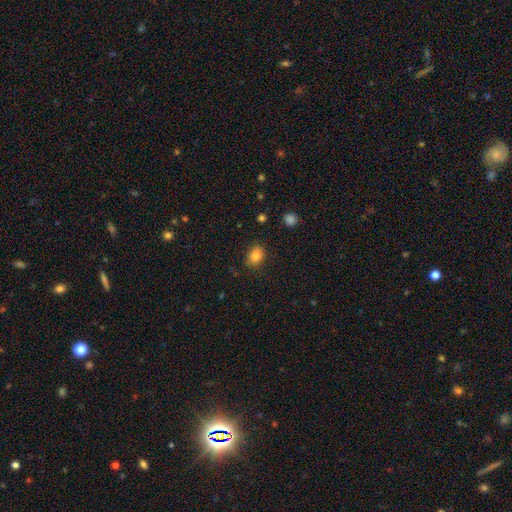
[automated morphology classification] smooth-or-featured: smooth: 83% | star or artifact: 10% | featured or disk: 6%
  how-rounded: in between: 60% | round: 39% | cigar-shaped: 1%
  merging: none: 83% | minor disturbance: 13% | major disturbance: 3% | merger: 1%